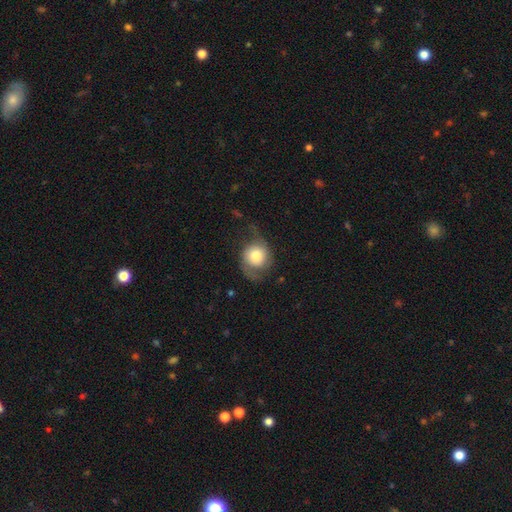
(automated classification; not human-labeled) The model was most divided on "smooth or featured": smooth: 53%, featured or disk: 39%, star or artifact: 7%. Remaining: how rounded — round (75%); merging — none (47%).